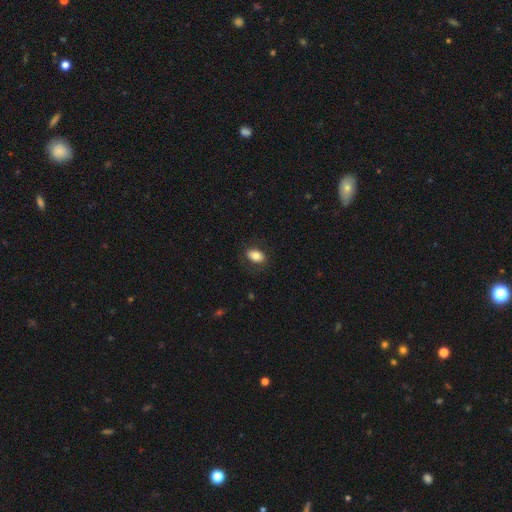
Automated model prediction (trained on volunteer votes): This is likely a smooth galaxy (79%). How rounded: clearly in between (85%). Merging: clearly none (82%).